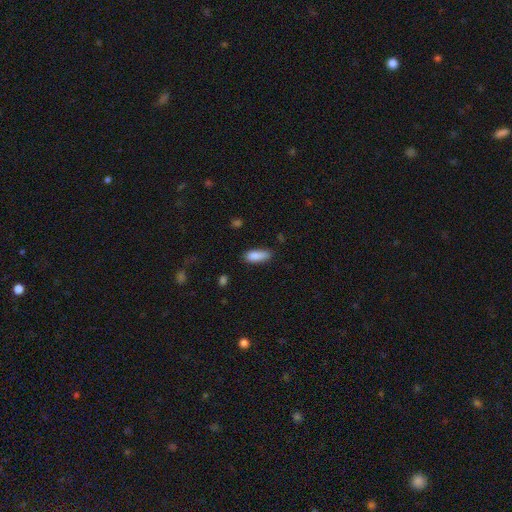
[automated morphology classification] Overall: smooth (87%). How rounded: in between (67%; cigar-shaped 31%). Merging: none (71%).